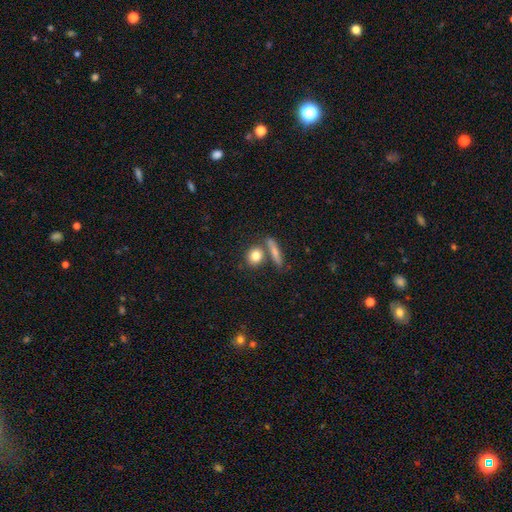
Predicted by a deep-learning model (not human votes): smooth-or-featured: smooth: 79% | featured or disk: 12% | star or artifact: 8%
  how-rounded: round: 64% | in between: 29% | cigar-shaped: 8%
  merging: none: 63% | merger: 23% | minor disturbance: 10% | major disturbance: 4%